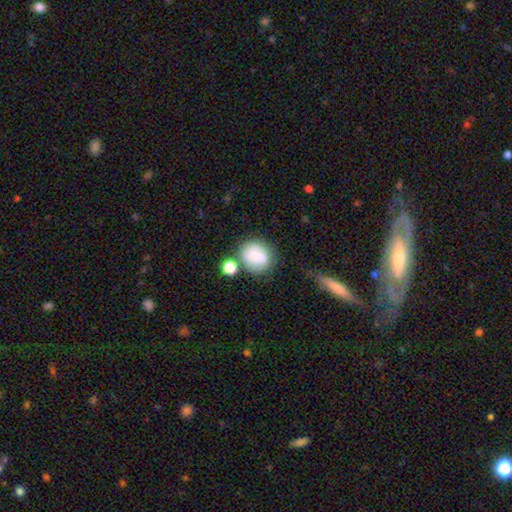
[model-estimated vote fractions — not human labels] smooth_or_featured: smooth (p=0.74) [alt: featured or disk p=0.16]
how_rounded: round (p=0.72) [alt: in between p=0.27]
merging: none (p=0.53) [alt: merger p=0.20]